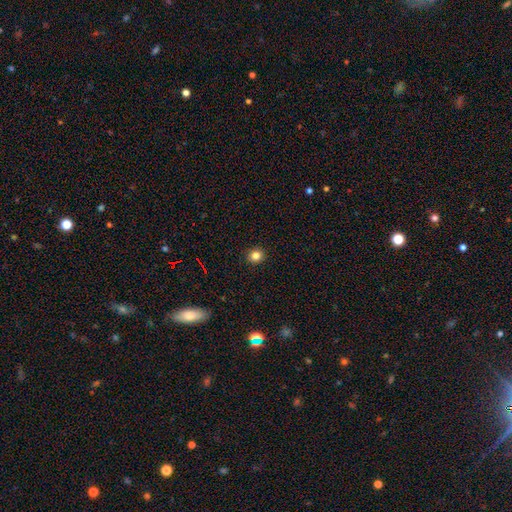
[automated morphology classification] smooth 82%, star or artifact 13%, featured or disk 5%. Down the decision tree: how rounded — round (84%); merging — none (92%).